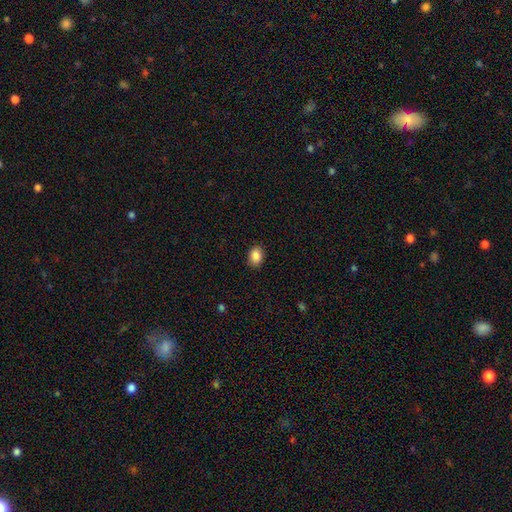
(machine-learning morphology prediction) smooth 88%, star or artifact 8%, featured or disk 4%. Down the decision tree: how rounded — in between (75%); merging — none (88%).